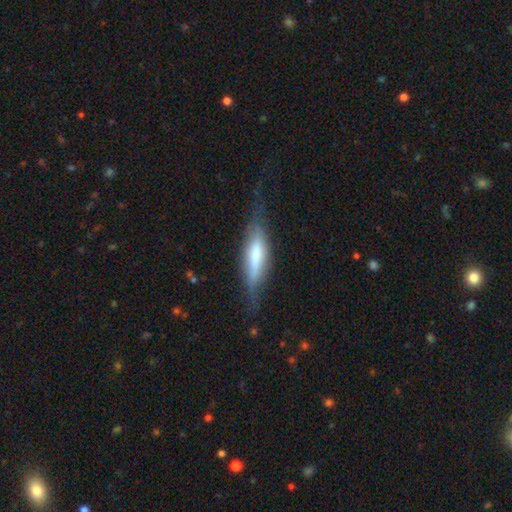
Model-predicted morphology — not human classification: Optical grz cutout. It shows a smooth galaxy with no disk features (50%). Merging: none (64%).